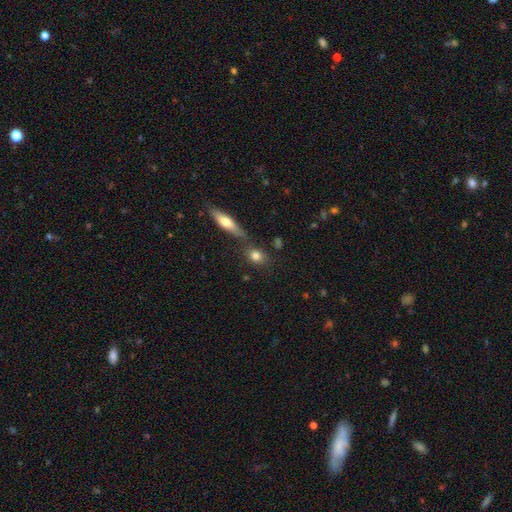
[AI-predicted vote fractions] The model was most divided on "how rounded": round: 47%, in between: 46%, cigar-shaped: 8%. More confident: smooth or featured — smooth (78%); merging — none (69%).